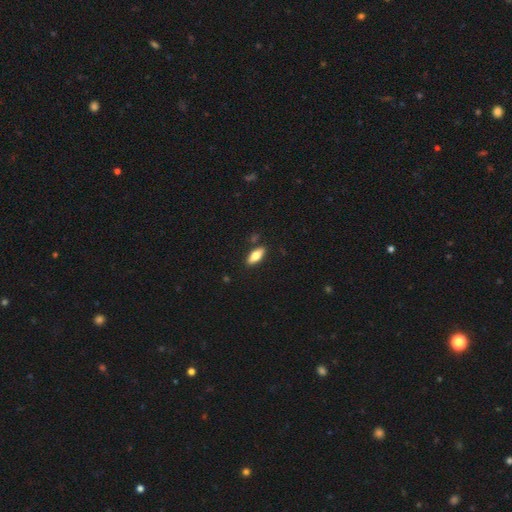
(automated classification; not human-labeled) Smooth or featured? Predicted: smooth (p=0.74). How rounded? Predicted: in between (p=0.78). Merging? Predicted: none (p=0.87).